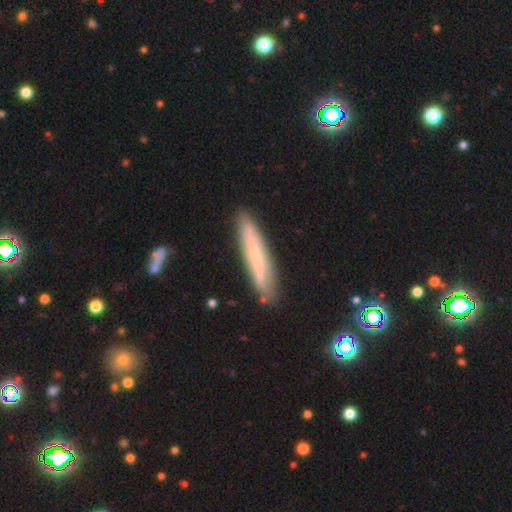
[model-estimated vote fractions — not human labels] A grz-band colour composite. It shows a smooth galaxy with no disk features (53%) that is cigar-shaped (92%). Merging: none (84%).